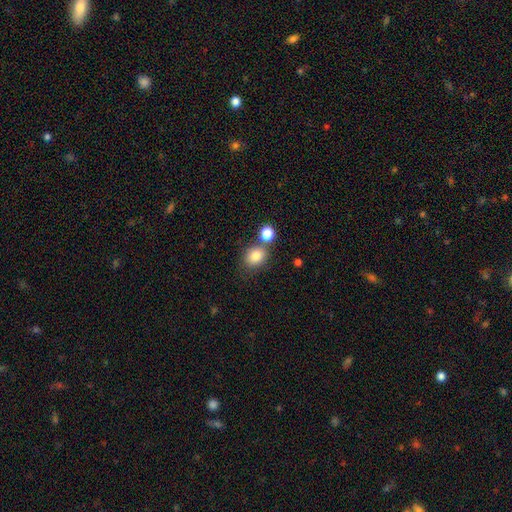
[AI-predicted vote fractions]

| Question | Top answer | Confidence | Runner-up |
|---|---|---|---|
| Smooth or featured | smooth | 82% | star or artifact (11%) |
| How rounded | round | 56% | in between (43%) |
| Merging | none | 63% | merger (21%) |